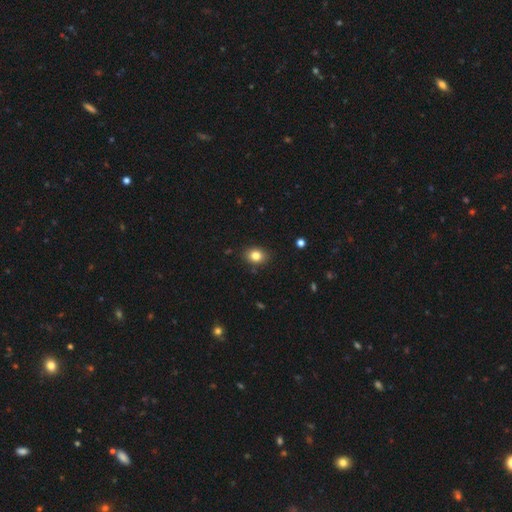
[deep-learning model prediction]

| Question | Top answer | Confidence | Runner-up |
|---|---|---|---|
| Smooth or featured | smooth | 83% | star or artifact (10%) |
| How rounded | in between | 52% | round (47%) |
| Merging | none | 87% | minor disturbance (9%) |